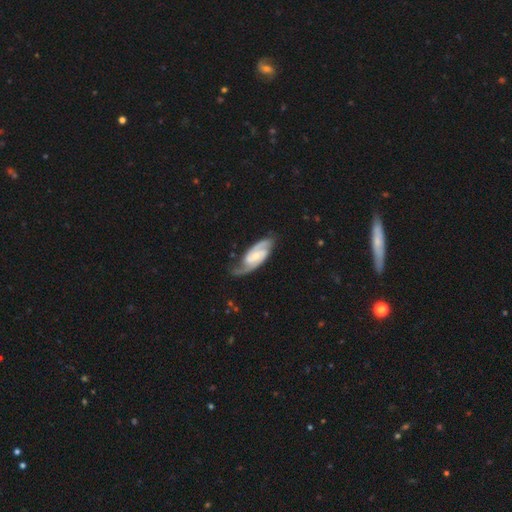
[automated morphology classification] Q: Smooth or featured?
A: featured or disk (88%); runner-up: smooth (8%)
Q: Edge-on disk?
A: no (95%); runner-up: yes (5%)
Q: Bar?
A: weak (45%); runner-up: no (35%)
Q: Spiral arms?
A: yes (97%); runner-up: no (3%)
Q: Spiral winding?
A: medium (48%); runner-up: tight (40%)
Q: Spiral arm count?
A: 2 (89%); runner-up: can't tell (4%)
Q: Bulge size?
A: small (54%); runner-up: moderate (37%)
Q: Merging?
A: none (74%); runner-up: minor disturbance (18%)